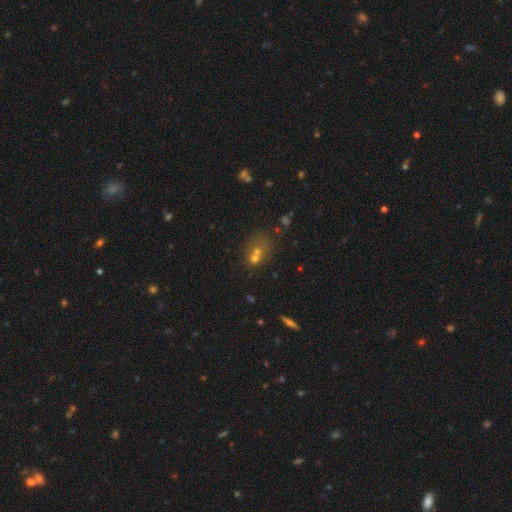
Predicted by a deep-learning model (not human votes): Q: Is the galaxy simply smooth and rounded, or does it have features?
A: smooth — 48%.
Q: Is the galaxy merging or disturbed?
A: merger — 46%.